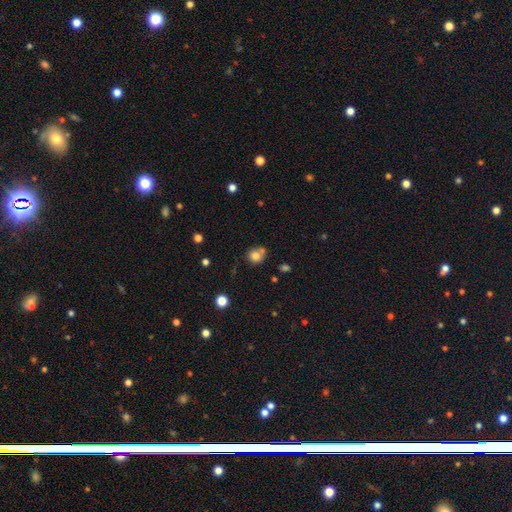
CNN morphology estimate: smooth_or_featured: smooth (p=0.79) [alt: star or artifact p=0.11]
how_rounded: round (p=0.79) [alt: in between p=0.20]
merging: none (p=0.55) [alt: merger p=0.24]